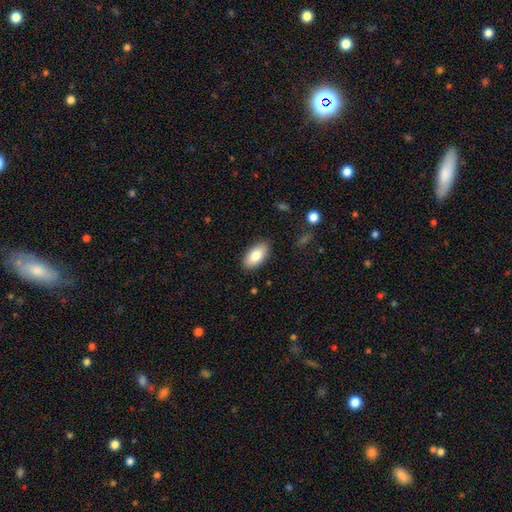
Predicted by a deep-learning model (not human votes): Smooth or featured? smooth (82%)
How rounded? in between (93%)
Merging? none (87%)